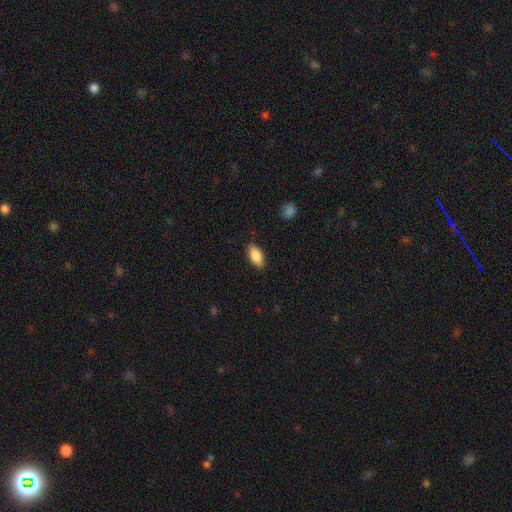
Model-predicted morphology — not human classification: smooth-or-featured: smooth: 85% | featured or disk: 9% | star or artifact: 7%
  how-rounded: in between: 90% | cigar-shaped: 7% | round: 3%
  merging: none: 86% | minor disturbance: 11% | major disturbance: 2% | merger: 1%